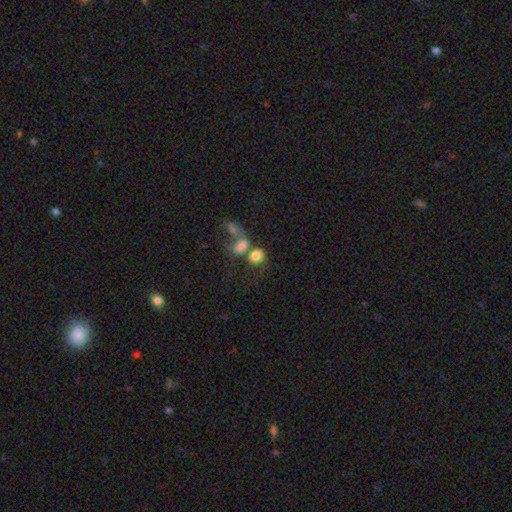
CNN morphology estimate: This appears to be a smooth galaxy with no disk features (77%) that is in between round and cigar-shaped (50%). Merging: merger (48%).